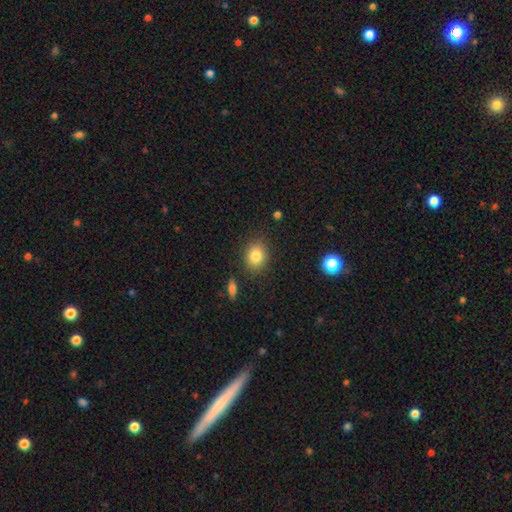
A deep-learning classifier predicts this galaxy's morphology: smooth_or_featured: smooth (p=0.83) [alt: star or artifact p=0.09]
how_rounded: round (p=0.53) [alt: in between p=0.46]
merging: none (p=0.84) [alt: minor disturbance p=0.10]